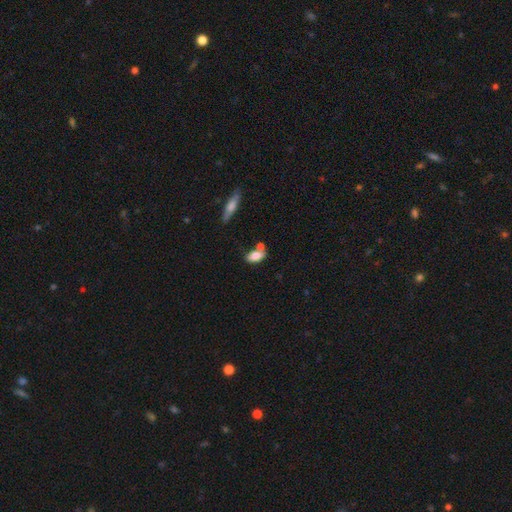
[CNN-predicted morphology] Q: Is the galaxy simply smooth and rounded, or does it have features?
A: smooth — 79%.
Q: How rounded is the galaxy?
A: in between — 86%.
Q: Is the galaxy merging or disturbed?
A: none — 57%.